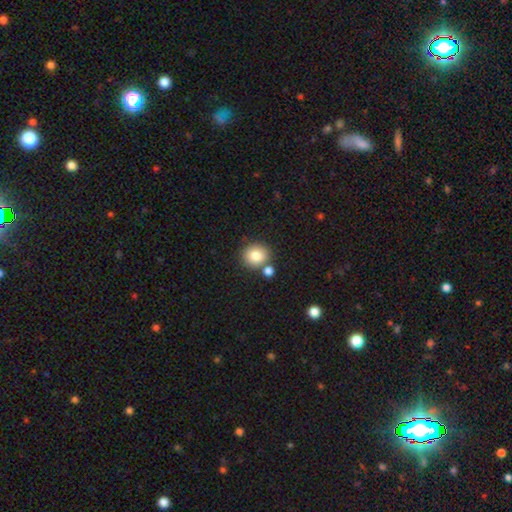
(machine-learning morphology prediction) A smooth galaxy with no disk features (81%) that is round (83%).

Vote fractions:
- Smooth or featured? smooth: 81% / star or artifact: 10% / featured or disk: 9%
- How rounded? round: 83% / in between: 16% / cigar-shaped: 1%
- Merging? none: 71% / merger: 17% / minor disturbance: 9% / major disturbance: 3%